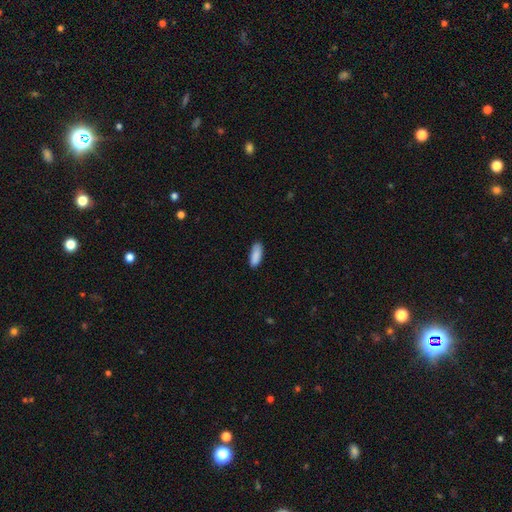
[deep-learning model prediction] This is clearly a smooth galaxy (89%). How rounded: likely in between (72%). Merging: clearly none (82%).